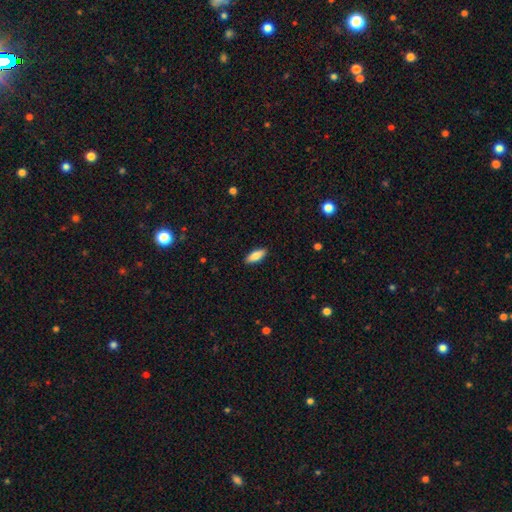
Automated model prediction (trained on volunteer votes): Smooth or featured? smooth (82%)
How rounded? in between (66%)
Merging? none (90%)